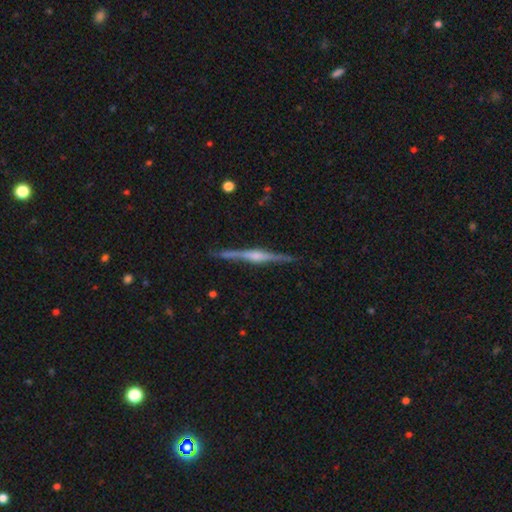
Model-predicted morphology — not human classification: A featured or disk galaxy (83%) viewed edge-on (98%) with a rounded central bulge (75%).

Vote fractions:
- Smooth or featured? featured or disk: 83% / smooth: 11% / star or artifact: 6%
- Edge-on disk? yes: 98% / no: 2%
- Edge-on bulge? rounded: 75% / boxy: 18% / none: 6%
- Merging? none: 88% / minor disturbance: 9% / major disturbance: 2% / merger: 1%